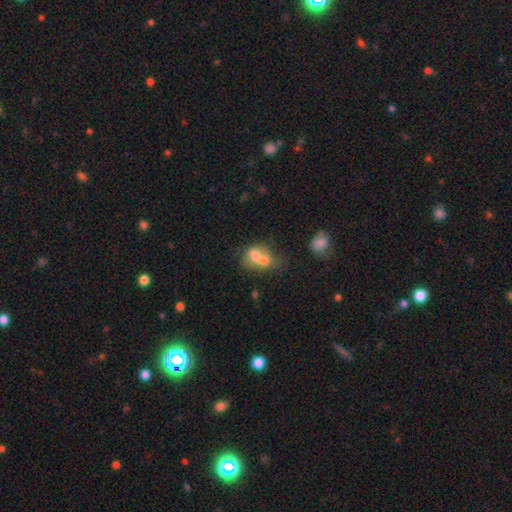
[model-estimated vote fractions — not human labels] A smooth galaxy with no disk features (65%) that is in between round and cigar-shaped (55%). Merging: merger (71%).